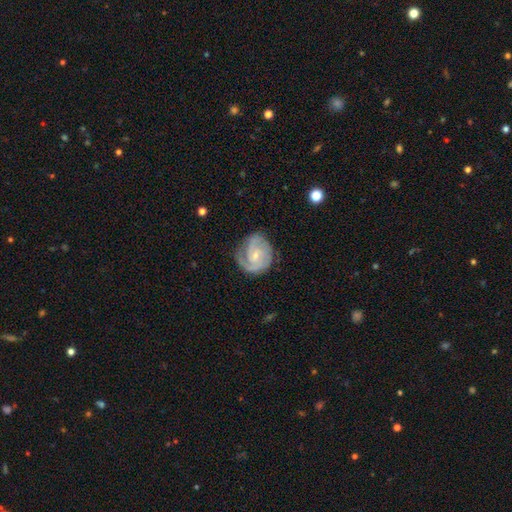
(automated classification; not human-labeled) Q: Smooth or featured?
A: featured or disk (84%); runner-up: smooth (11%)
Q: Edge-on disk?
A: no (98%); runner-up: yes (2%)
Q: Bar?
A: no (62%); runner-up: weak (32%)
Q: Spiral arms?
A: yes (96%); runner-up: no (4%)
Q: Spiral winding?
A: tight (54%); runner-up: medium (37%)
Q: Spiral arm count?
A: 2 (49%); runner-up: 3 (18%)
Q: Bulge size?
A: small (71%); runner-up: moderate (25%)
Q: Merging?
A: none (68%); runner-up: minor disturbance (21%)